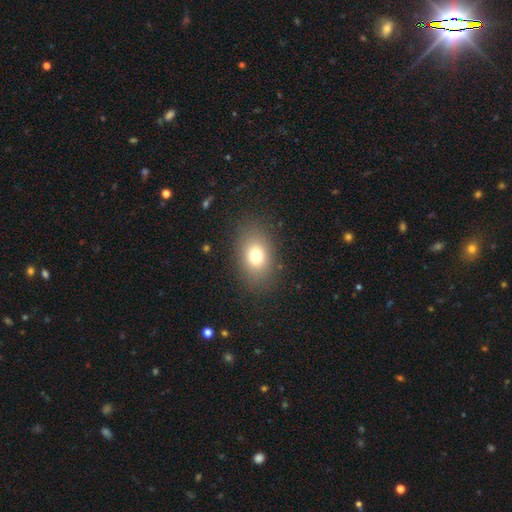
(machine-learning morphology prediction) This is likely a smooth galaxy (77%). How rounded: likely in between (76%). Merging: clearly none (84%).